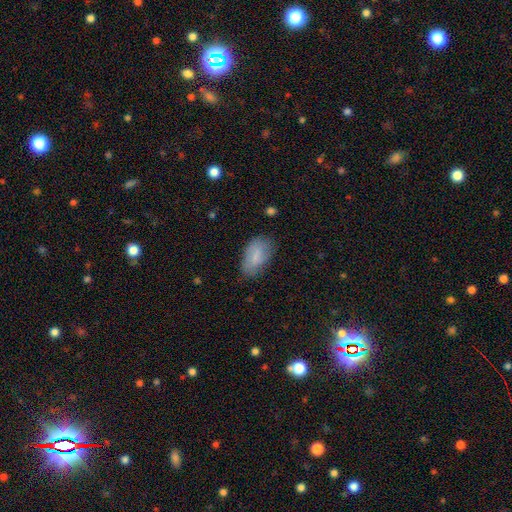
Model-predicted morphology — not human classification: Smooth or featured?
  - smooth: 75% *
  - featured or disk: 18%
  - star or artifact: 7%
How rounded?
  - in between: 93% *
  - round: 4%
  - cigar-shaped: 3%
Merging?
  - none: 70% *
  - minor disturbance: 23%
  - major disturbance: 6%
  - merger: 1%